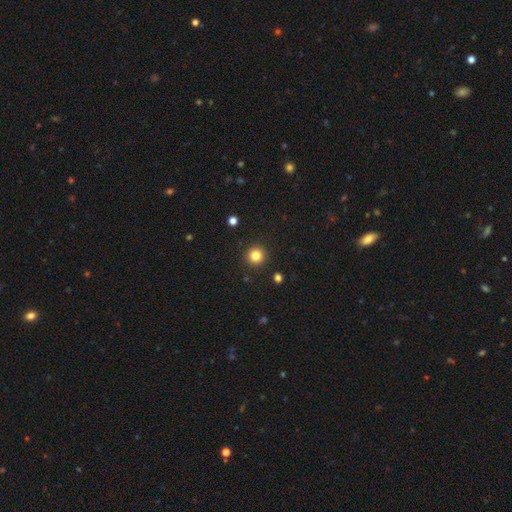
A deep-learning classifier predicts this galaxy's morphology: A smooth galaxy with no disk features (83%) that is round (95%). Merging: none (92%).